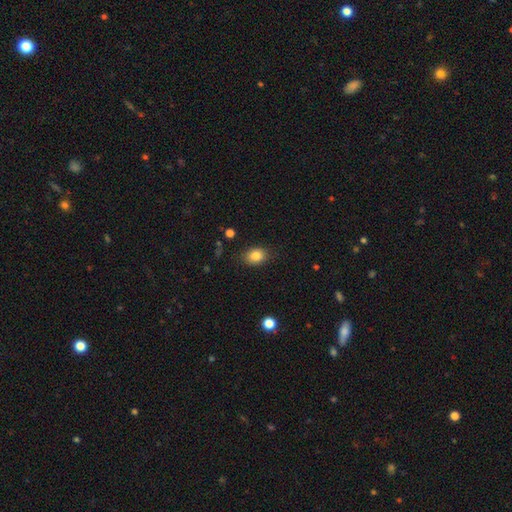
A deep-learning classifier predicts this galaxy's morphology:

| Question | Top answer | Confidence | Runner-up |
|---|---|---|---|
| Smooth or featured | smooth | 84% | star or artifact (9%) |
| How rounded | in between | 65% | round (34%) |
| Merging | none | 82% | minor disturbance (13%) |